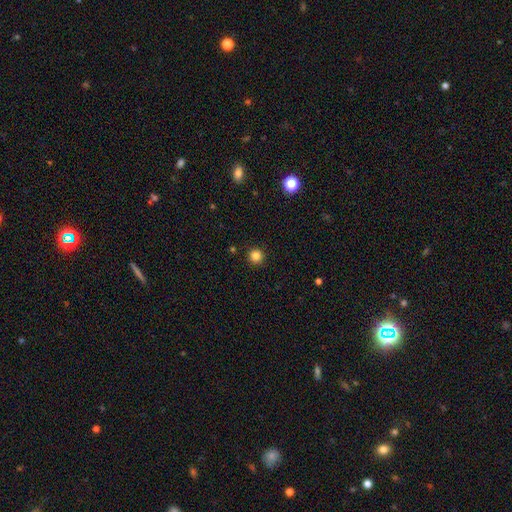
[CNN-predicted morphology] This is clearly a smooth galaxy (83%). How rounded: clearly round (96%). Merging: clearly none (93%).